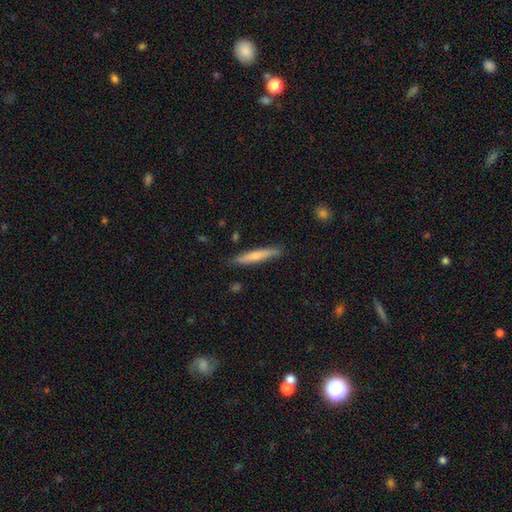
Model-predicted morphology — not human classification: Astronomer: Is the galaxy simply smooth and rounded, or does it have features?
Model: smooth — 66%.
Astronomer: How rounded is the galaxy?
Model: cigar-shaped — 93%.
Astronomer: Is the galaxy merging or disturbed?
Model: none — 86%.